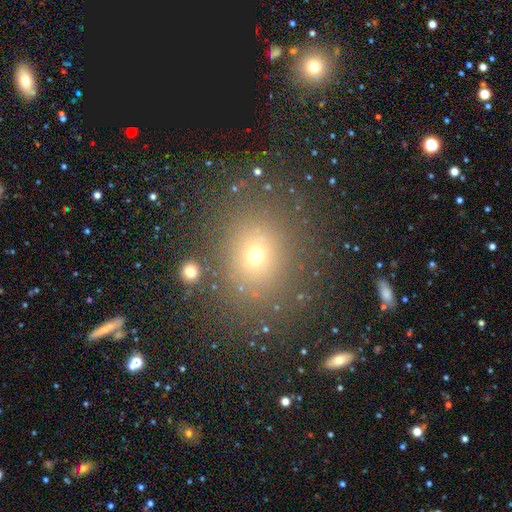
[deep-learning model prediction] Morphology: type=smooth (61%); roundness=round (71%); merging=none (84%).